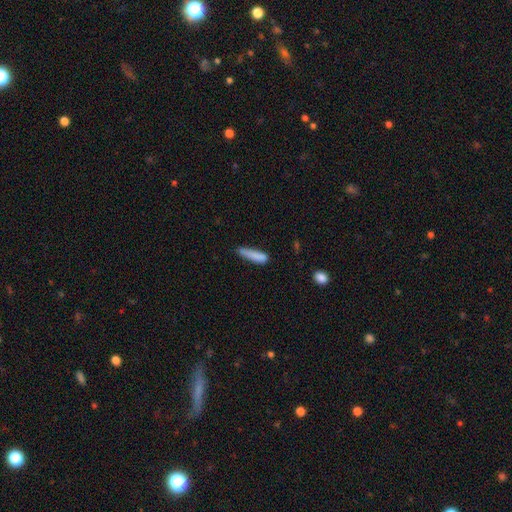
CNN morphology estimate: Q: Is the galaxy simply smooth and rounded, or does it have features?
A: smooth — 84%.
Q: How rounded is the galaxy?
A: cigar-shaped — 84%.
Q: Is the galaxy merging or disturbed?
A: none — 64%.